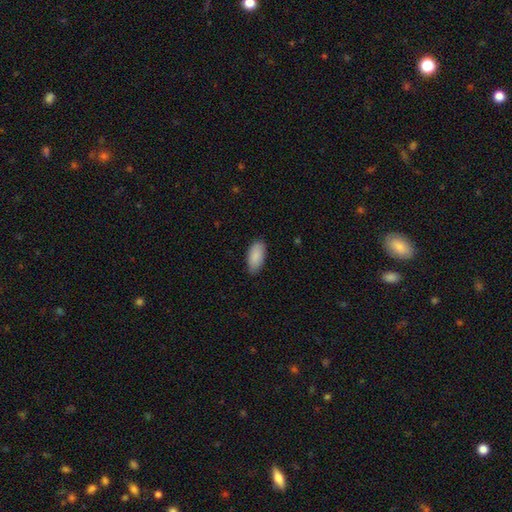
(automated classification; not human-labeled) A smooth galaxy with no disk features (89%) that is in between round and cigar-shaped (92%). Merging: none (83%).